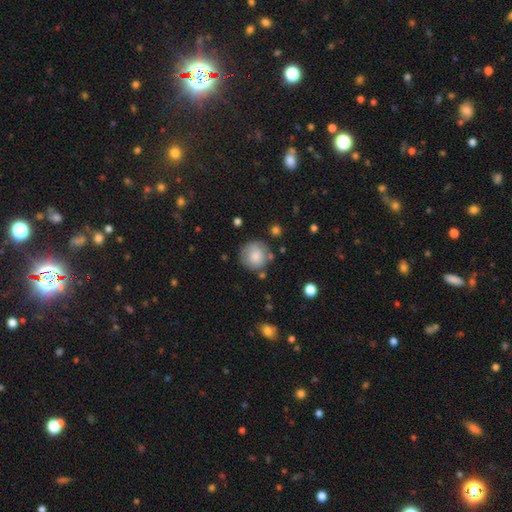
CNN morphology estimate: Q: Smooth or featured?
A: smooth (79%); runner-up: featured or disk (13%)
Q: How rounded?
A: round (92%); runner-up: in between (7%)
Q: Merging?
A: none (74%); runner-up: minor disturbance (16%)